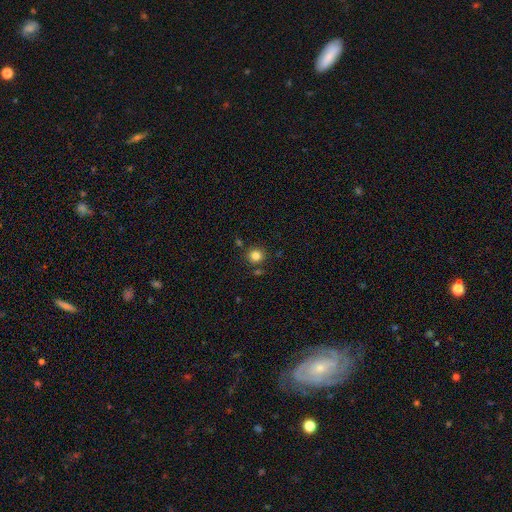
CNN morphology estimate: smooth 83%, star or artifact 12%, featured or disk 5%. Down the decision tree: how rounded — round (89%); merging — none (83%).